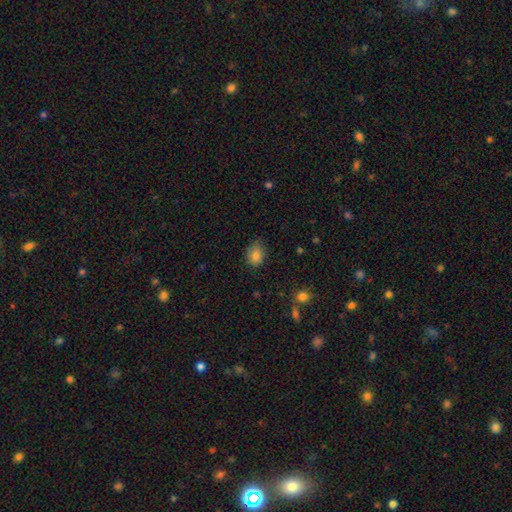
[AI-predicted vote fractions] smooth_or_featured: smooth (p=0.82) [alt: star or artifact p=0.11]
how_rounded: in between (p=0.55) [alt: round p=0.44]
merging: none (p=0.74) [alt: minor disturbance p=0.20]